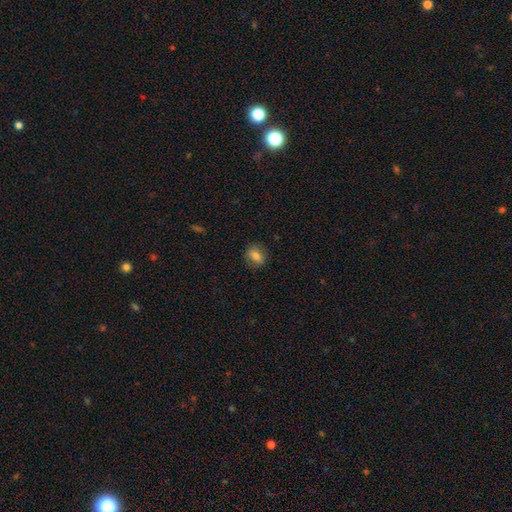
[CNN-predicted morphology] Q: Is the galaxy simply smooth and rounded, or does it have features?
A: smooth — 76%.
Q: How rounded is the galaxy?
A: in between — 61%.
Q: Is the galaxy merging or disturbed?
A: none — 82%.